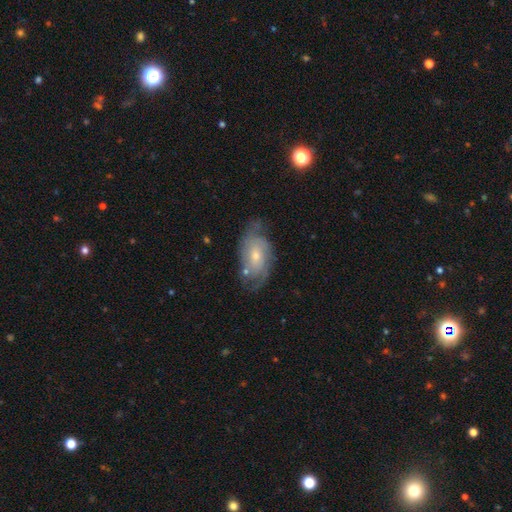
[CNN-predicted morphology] type=featured or disk (71%); edge-on=no (95%); bar=no (70%); spiral arms=yes (87%); winding=tight (42%); arm count=2 (49%); bulge=small (55%); merging=none (59%).